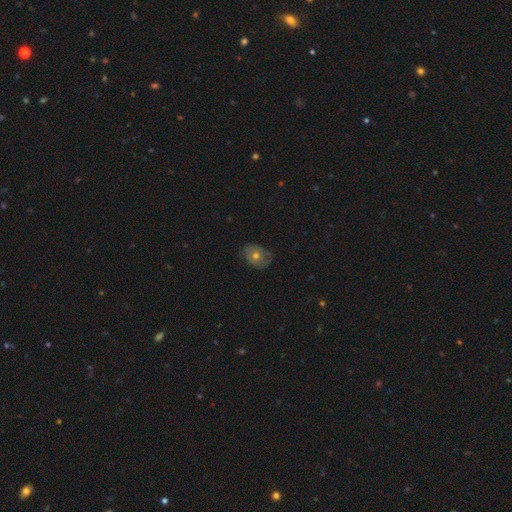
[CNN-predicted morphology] smooth 51%, featured or disk 38%, star or artifact 11%. Down the decision tree: how rounded — in between (60%); merging — none (75%).